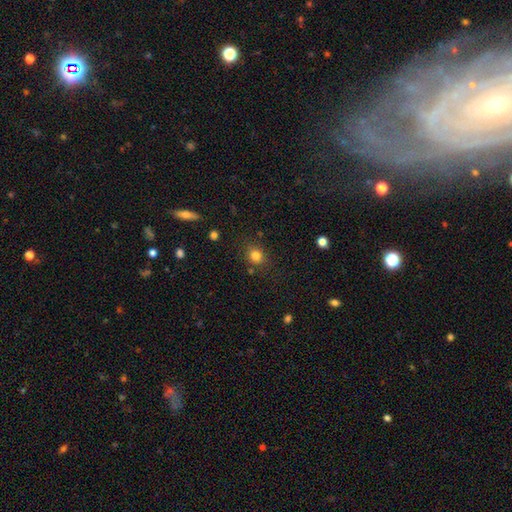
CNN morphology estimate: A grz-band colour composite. It shows a smooth galaxy with no disk features (81%) that is round (75%). Merging: none (81%).